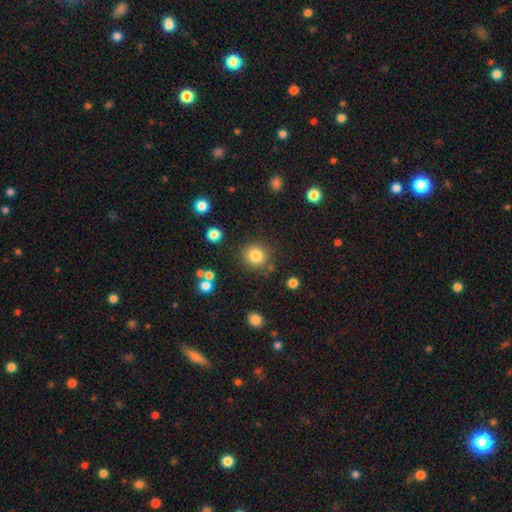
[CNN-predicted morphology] smooth-or-featured: smooth: 82% | star or artifact: 11% | featured or disk: 6%
  how-rounded: round: 88% | in between: 11% | cigar-shaped: 1%
  merging: none: 83% | minor disturbance: 9% | merger: 4% | major disturbance: 4%